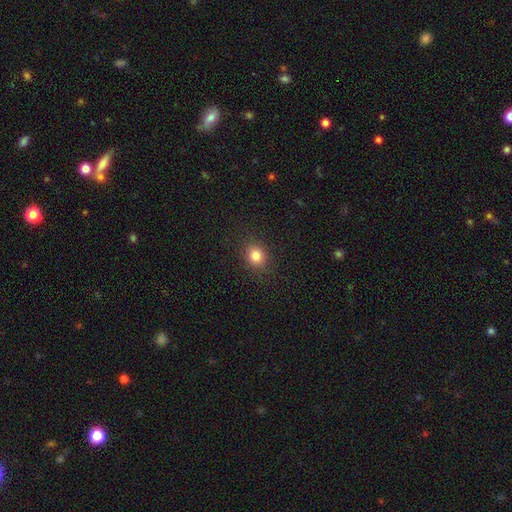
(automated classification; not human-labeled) Smooth or featured: smooth — 81% (star or artifact — 12%)
How rounded: round — 74% (in between — 25%)
Merging: none — 88% (minor disturbance — 8%)